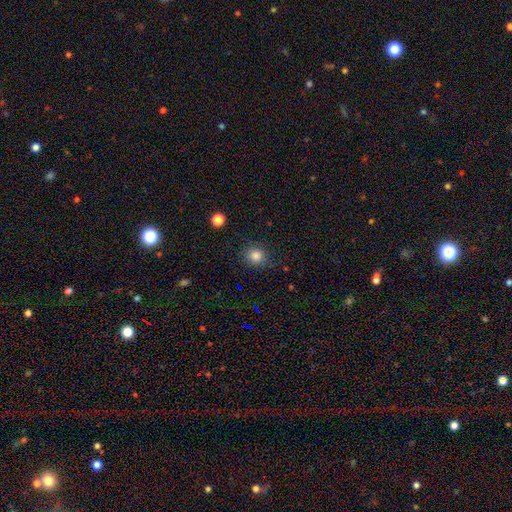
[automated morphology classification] Smooth or featured? smooth (83%)
How rounded? round (89%)
Merging? none (86%)